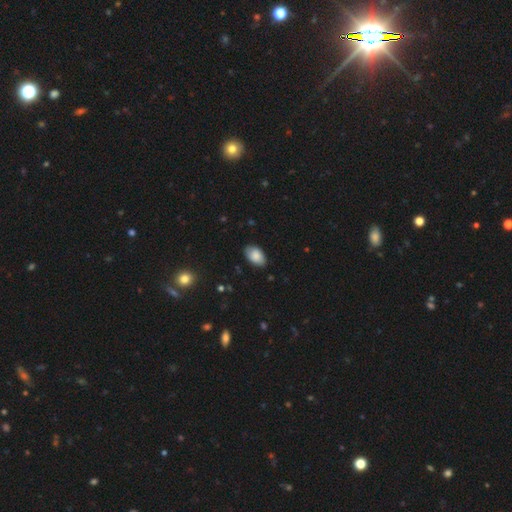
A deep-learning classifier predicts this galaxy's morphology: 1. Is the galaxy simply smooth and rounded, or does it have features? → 86% smooth, 8% featured or disk, 7% star or artifact.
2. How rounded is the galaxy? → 93% in between, 6% round, 1% cigar-shaped.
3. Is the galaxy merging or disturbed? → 82% none, 14% minor disturbance, 2% major disturbance, 1% merger.